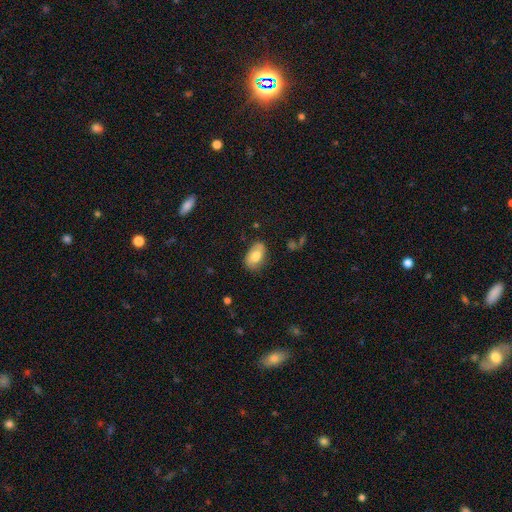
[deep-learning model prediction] Smooth or featured? Predicted: smooth (p=0.77). How rounded? Predicted: in between (p=0.92). Merging? Predicted: none (p=0.72).